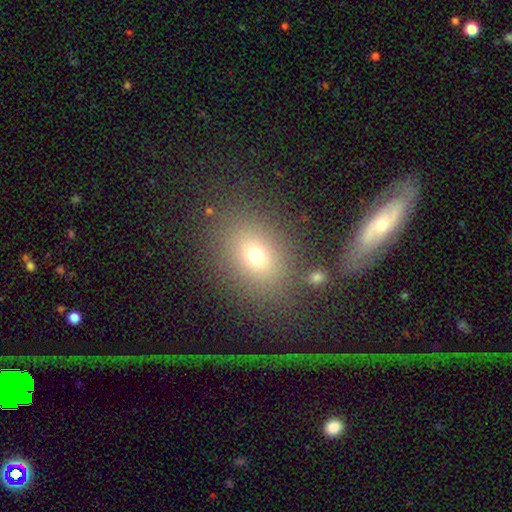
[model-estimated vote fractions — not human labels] This is likely a smooth galaxy (69%). How rounded: possibly in between (56%). Merging: likely none (79%).